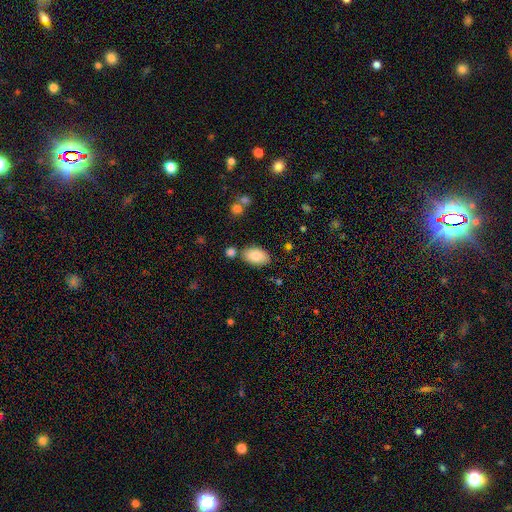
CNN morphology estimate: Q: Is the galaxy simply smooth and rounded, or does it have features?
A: smooth — 83%.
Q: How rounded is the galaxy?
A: in between — 94%.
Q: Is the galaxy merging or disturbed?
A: none — 79%.